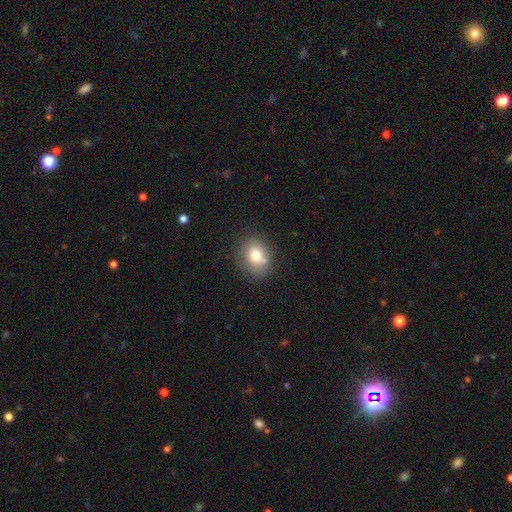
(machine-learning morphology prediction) smooth-or-featured: smooth: 75% | featured or disk: 14% | star or artifact: 11%
  how-rounded: round: 57% | in between: 42% | cigar-shaped: 1%
  merging: none: 71% | minor disturbance: 17% | merger: 8% | major disturbance: 5%